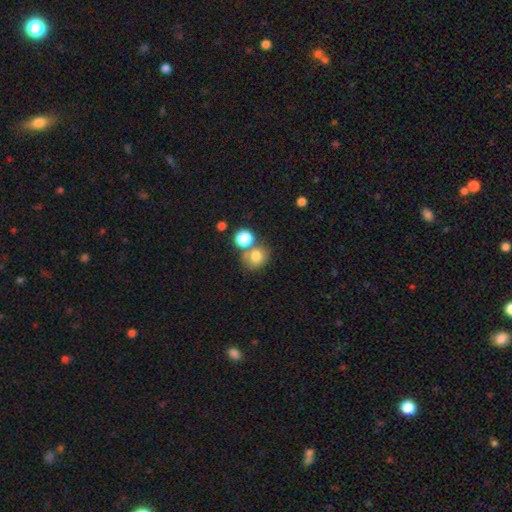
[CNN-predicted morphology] Q: Smooth or featured?
A: smooth (75%); runner-up: star or artifact (13%)
Q: How rounded?
A: round (72%); runner-up: in between (27%)
Q: Merging?
A: none (53%); runner-up: merger (31%)